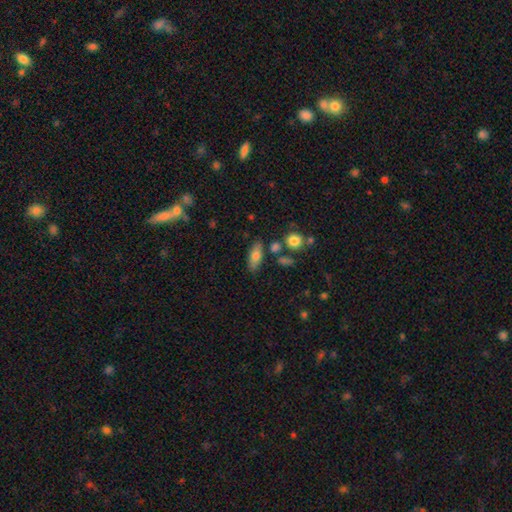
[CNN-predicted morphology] Smooth or featured? smooth (70%)
How rounded? in between (74%)
Merging? none (76%)